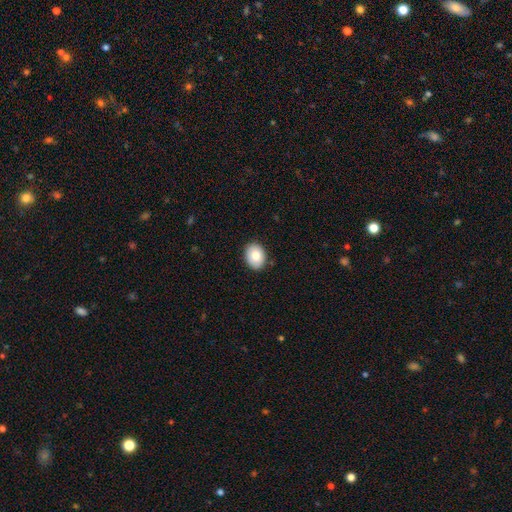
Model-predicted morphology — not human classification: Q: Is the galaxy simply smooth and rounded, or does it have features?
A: smooth — 78%.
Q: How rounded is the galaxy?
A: in between — 61%.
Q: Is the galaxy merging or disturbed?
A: none — 88%.